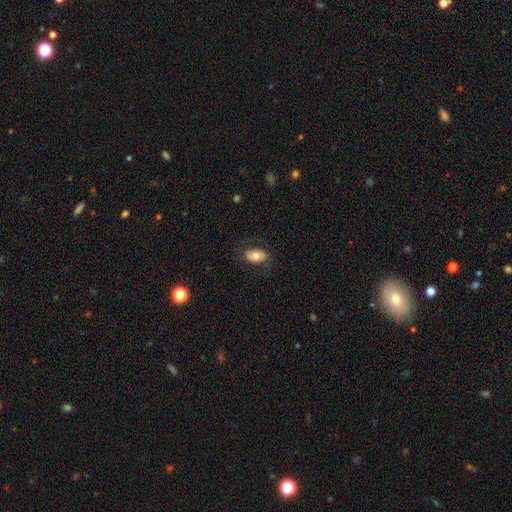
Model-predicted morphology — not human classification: A smooth galaxy with no disk features (68%) that is in between round and cigar-shaped (87%). Merging: none (76%).